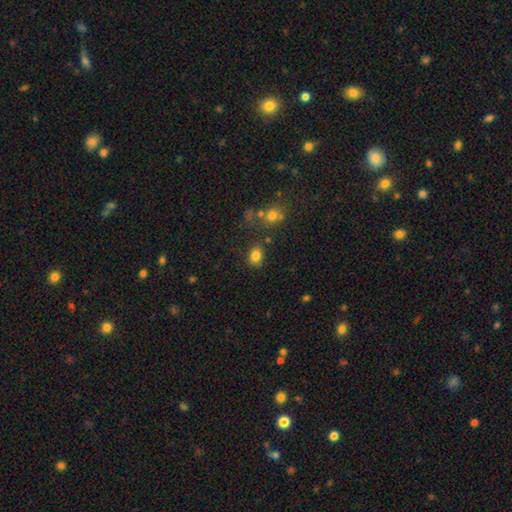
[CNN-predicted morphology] This appears to be a smooth galaxy with no disk features (82%) that is in between round and cigar-shaped (61%). Merging: none (76%).